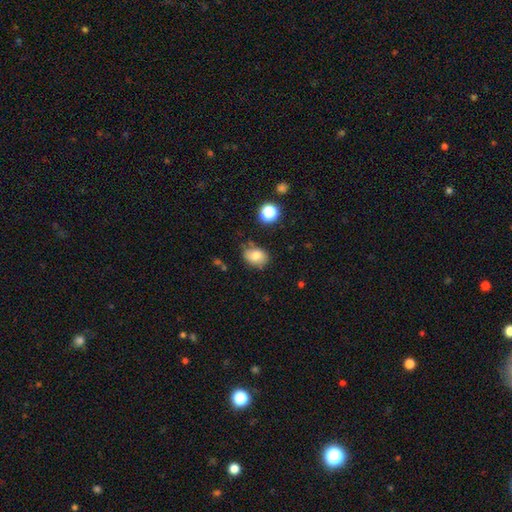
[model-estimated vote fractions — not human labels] Smooth or featured? smooth (78%)
How rounded? in between (66%)
Merging? none (71%)